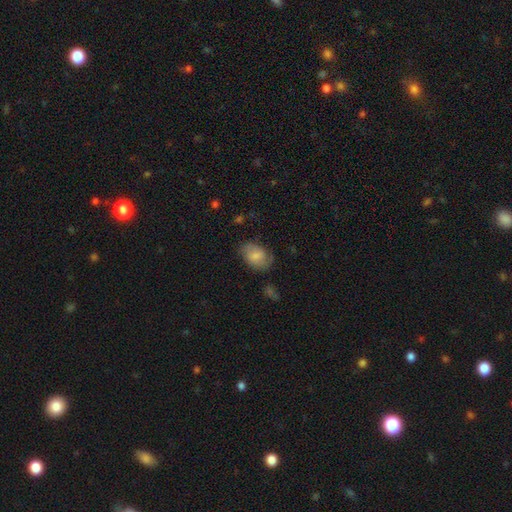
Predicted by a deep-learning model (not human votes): Morphology: type=smooth (69%); roundness=in between (83%); merging=none (69%).